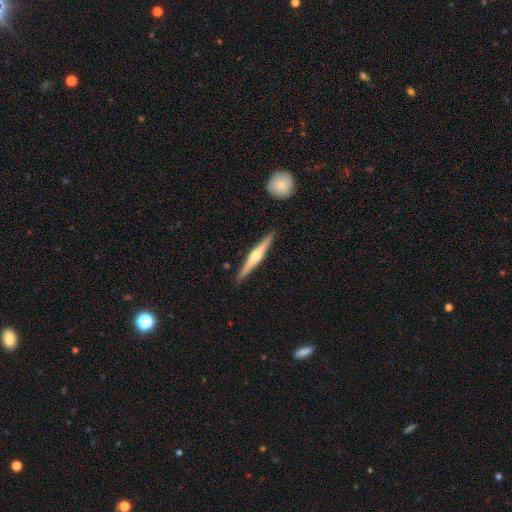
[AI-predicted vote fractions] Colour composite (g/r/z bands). It shows a featured or disk galaxy (75%) viewed edge-on (98%) with a rounded central bulge (86%). Merging: none (90%).